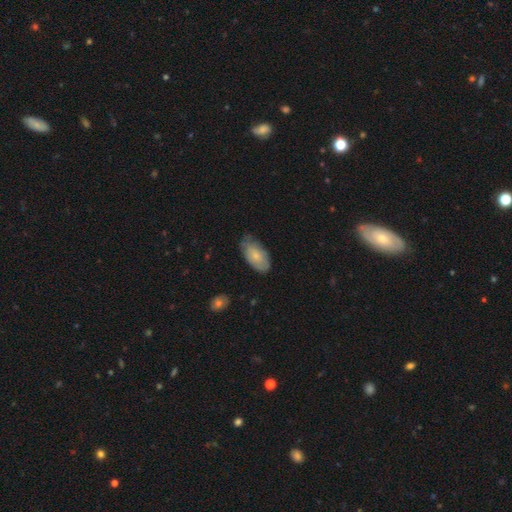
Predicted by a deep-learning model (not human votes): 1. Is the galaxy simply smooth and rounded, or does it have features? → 70% smooth, 24% featured or disk, 6% star or artifact.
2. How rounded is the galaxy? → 94% in between, 3% round, 2% cigar-shaped.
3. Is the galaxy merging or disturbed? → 60% none, 32% minor disturbance, 6% major disturbance, 2% merger.